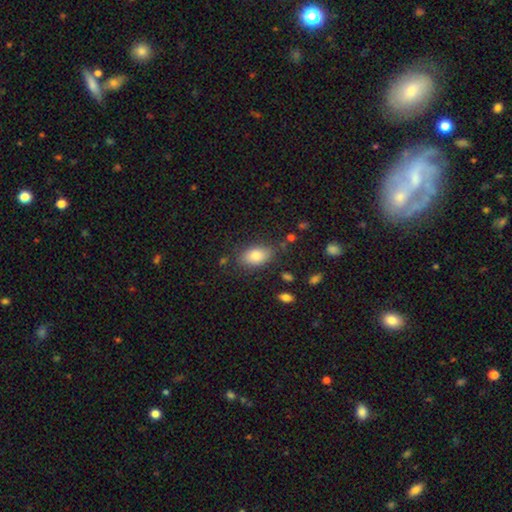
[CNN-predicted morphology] Smooth or featured?
  - smooth: 82% *
  - featured or disk: 10%
  - star or artifact: 9%
How rounded?
  - in between: 89% *
  - round: 9%
  - cigar-shaped: 2%
Merging?
  - none: 79% *
  - minor disturbance: 14%
  - major disturbance: 4%
  - merger: 3%